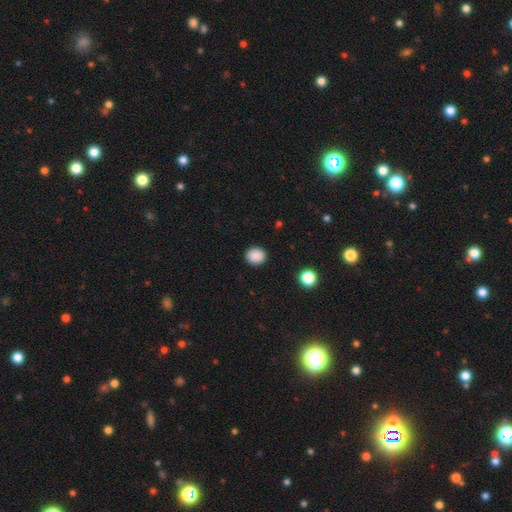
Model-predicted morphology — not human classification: Q: Smooth or featured?
A: smooth (88%); runner-up: star or artifact (9%)
Q: How rounded?
A: round (79%); runner-up: in between (20%)
Q: Merging?
A: none (91%); runner-up: minor disturbance (6%)